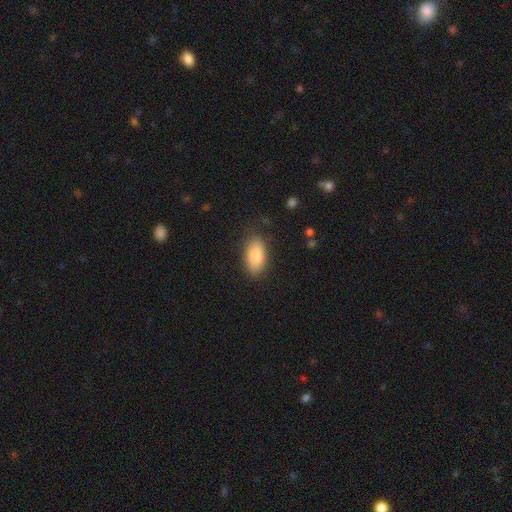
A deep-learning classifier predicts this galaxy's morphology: Overall: smooth (86%). How rounded: in between (92%). Merging: none (82%).